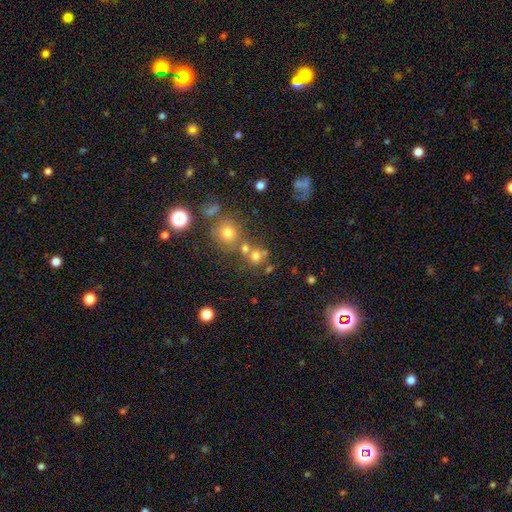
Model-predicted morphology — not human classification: smooth 67%, star or artifact 21%, featured or disk 12%. Down the decision tree: how rounded — round (81%); merging — none (53%).